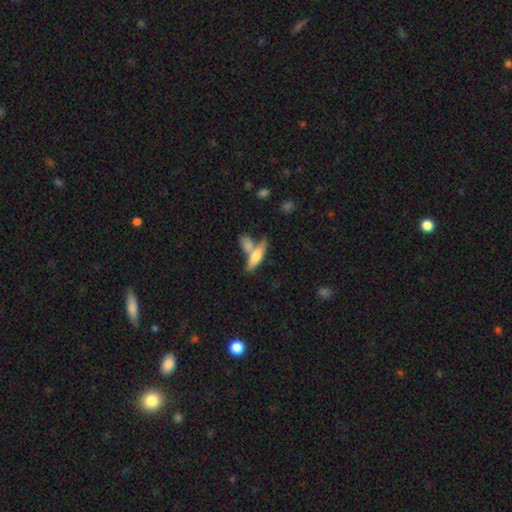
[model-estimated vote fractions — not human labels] Q: Smooth or featured?
A: smooth (63%); runner-up: featured or disk (30%)
Q: How rounded?
A: cigar-shaped (49%); runner-up: in between (48%)
Q: Merging?
A: merger (43%); runner-up: none (41%)